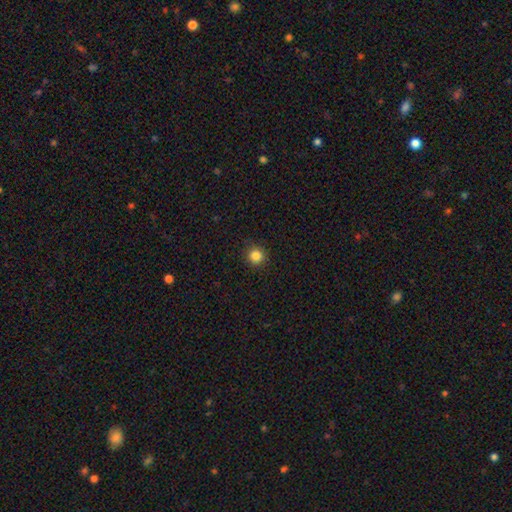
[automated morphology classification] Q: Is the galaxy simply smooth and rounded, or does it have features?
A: smooth — 84%.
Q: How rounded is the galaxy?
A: round — 95%.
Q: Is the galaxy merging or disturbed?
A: none — 92%.